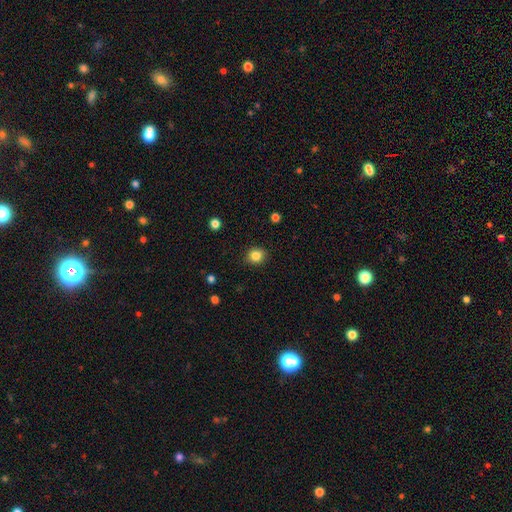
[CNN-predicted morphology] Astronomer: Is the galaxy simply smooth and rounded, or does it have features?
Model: smooth — 84%.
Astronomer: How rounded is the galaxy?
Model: round — 80%.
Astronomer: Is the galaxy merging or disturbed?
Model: none — 89%.